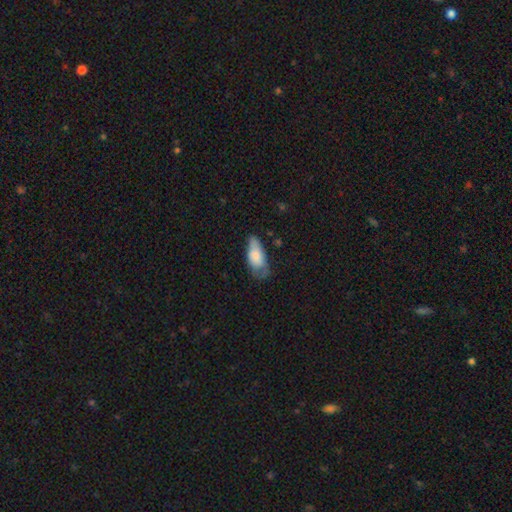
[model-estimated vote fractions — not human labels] Smooth or featured: smooth — 72% (featured or disk — 22%)
How rounded: in between — 87% (cigar-shaped — 11%)
Merging: none — 43% (minor disturbance — 37%)